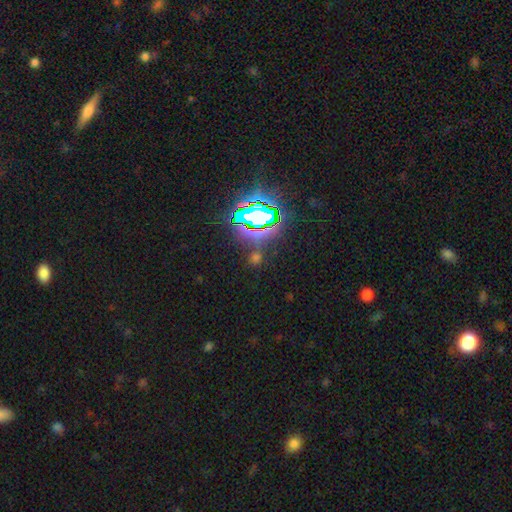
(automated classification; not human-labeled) smooth_or_featured: star or artifact (p=0.72) [alt: smooth p=0.19]